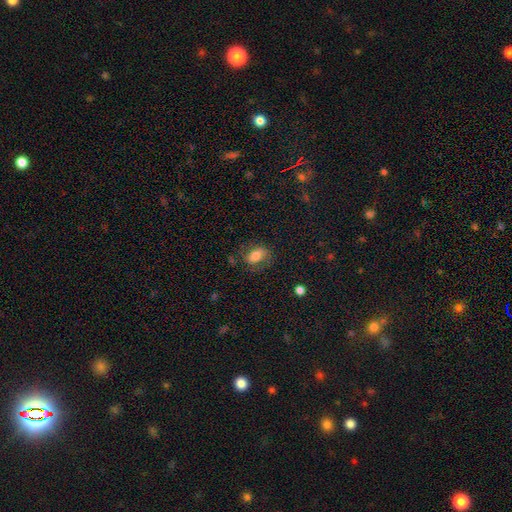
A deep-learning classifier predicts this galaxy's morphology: Smooth or featured? smooth (68%)
How rounded? in between (81%)
Merging? none (68%)